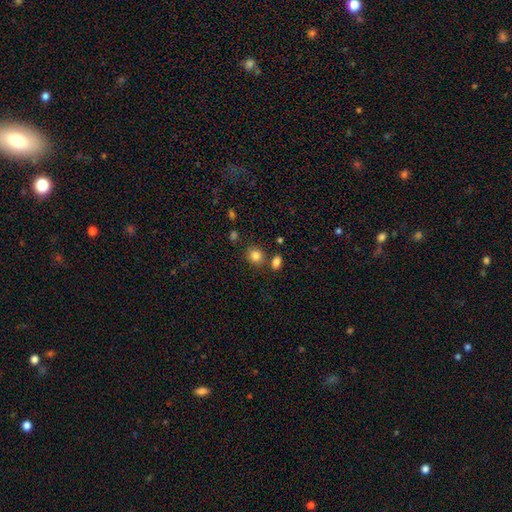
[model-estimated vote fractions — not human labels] A smooth galaxy with no disk features (84%) that is round (75%).

Vote fractions:
- Smooth or featured? smooth: 84% / star or artifact: 11% / featured or disk: 6%
- How rounded? round: 75% / in between: 24% / cigar-shaped: 1%
- Merging? none: 75% / merger: 11% / minor disturbance: 10% / major disturbance: 3%